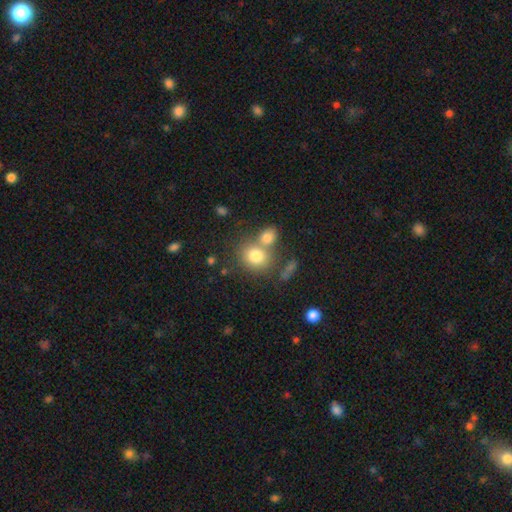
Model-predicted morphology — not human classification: A smooth galaxy with no disk features (78%) that is round (69%). Merging: none (46%).